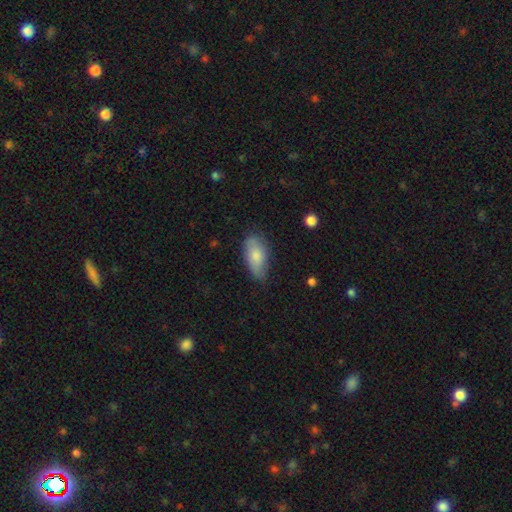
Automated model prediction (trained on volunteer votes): smooth 78%, featured or disk 16%, star or artifact 6%. Down the decision tree: how rounded — in between (88%); merging — none (66%).